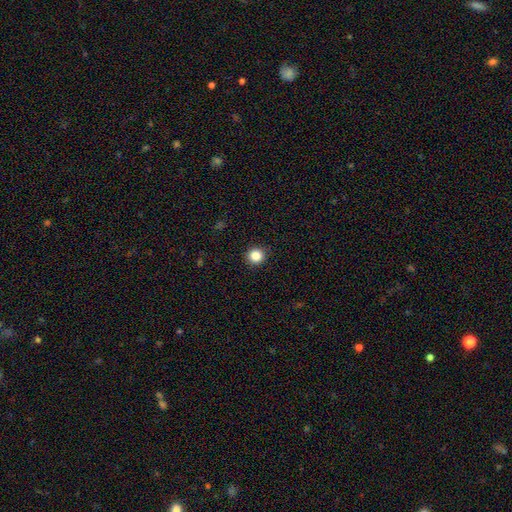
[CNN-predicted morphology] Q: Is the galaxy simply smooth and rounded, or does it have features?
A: smooth — 86%.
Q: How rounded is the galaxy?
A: round — 94%.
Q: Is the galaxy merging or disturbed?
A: none — 92%.